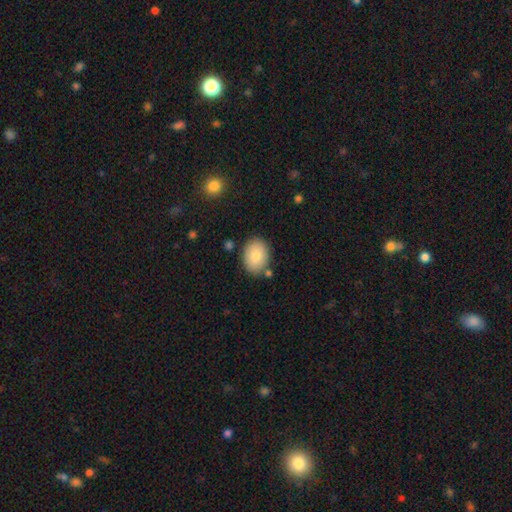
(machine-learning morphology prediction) Q: Smooth or featured?
A: smooth (82%); runner-up: featured or disk (11%)
Q: How rounded?
A: in between (75%); runner-up: round (24%)
Q: Merging?
A: none (81%); runner-up: minor disturbance (12%)